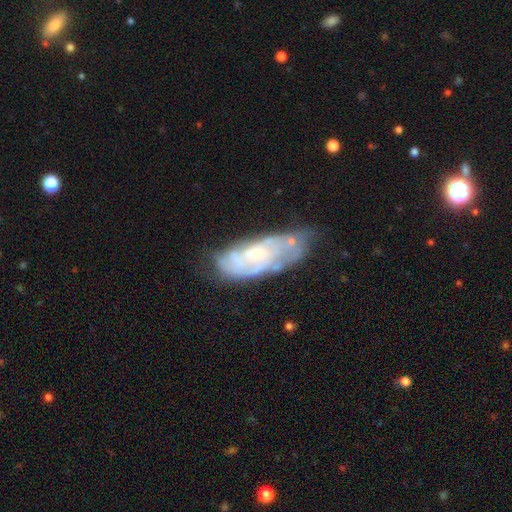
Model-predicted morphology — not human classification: Overall: featured or disk (67%). Edge-on disk: no (89%). Bar: no (74%). Spiral arms: yes (67%; no 33%). Bulge size: small (55%; moderate 30%). Merging: none (53%; minor disturbance 29%).